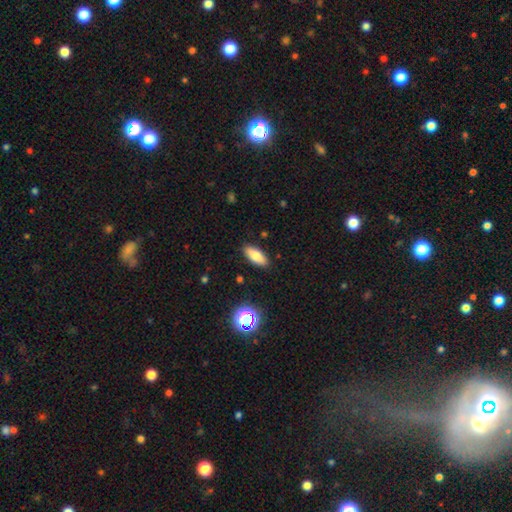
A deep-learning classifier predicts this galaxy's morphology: Overall: smooth (78%). How rounded: in between (76%). Merging: none (88%).